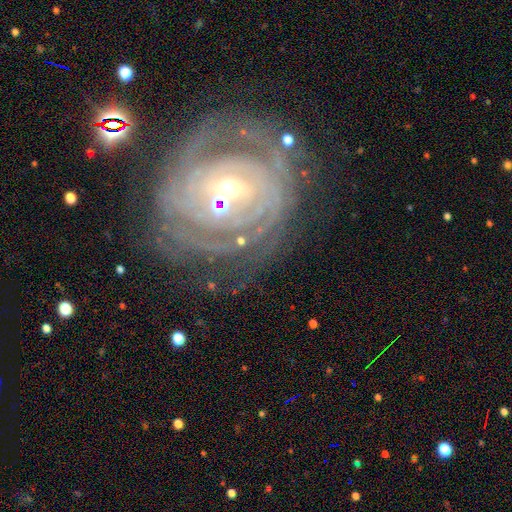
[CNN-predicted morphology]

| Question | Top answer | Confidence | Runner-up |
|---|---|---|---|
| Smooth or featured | featured or disk | 85% | star or artifact (8%) |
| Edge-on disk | no | 96% | yes (4%) |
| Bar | no | 37% | weak (35%) |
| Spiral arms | yes | 93% | no (7%) |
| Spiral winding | tight | 80% | medium (16%) |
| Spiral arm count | can't tell | 32% | 2 (17%) |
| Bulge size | small | 47% | moderate (46%) |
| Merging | none | 66% | minor disturbance (17%) |